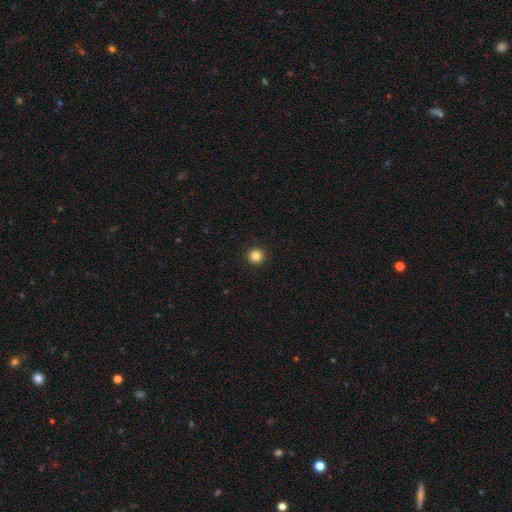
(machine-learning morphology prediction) Smooth or featured?
  - smooth: 84% *
  - star or artifact: 12%
  - featured or disk: 4%
How rounded?
  - round: 96% *
  - in between: 3%
  - cigar-shaped: 1%
Merging?
  - none: 94% *
  - minor disturbance: 4%
  - major disturbance: 1%
  - merger: 1%